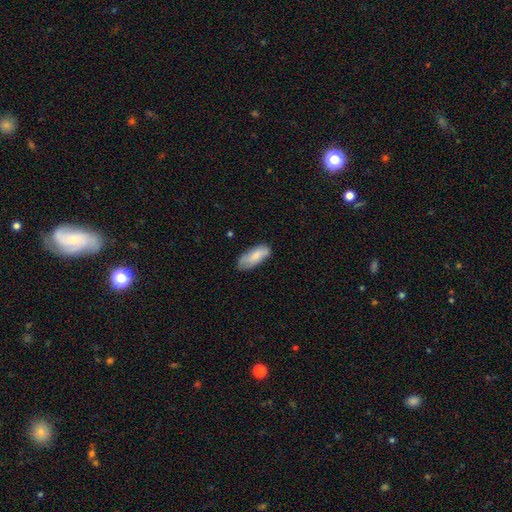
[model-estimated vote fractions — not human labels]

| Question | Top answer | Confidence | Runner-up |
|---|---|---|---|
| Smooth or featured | smooth | 81% | featured or disk (13%) |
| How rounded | in between | 78% | cigar-shaped (20%) |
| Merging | none | 73% | minor disturbance (22%) |